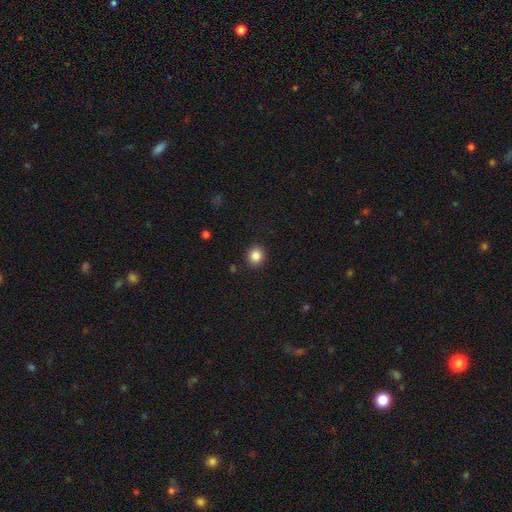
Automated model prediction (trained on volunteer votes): Smooth or featured?
  - smooth: 86% *
  - star or artifact: 10%
  - featured or disk: 4%
How rounded?
  - round: 83% *
  - in between: 16%
  - cigar-shaped: 1%
Merging?
  - none: 91% *
  - minor disturbance: 6%
  - major disturbance: 2%
  - merger: 1%